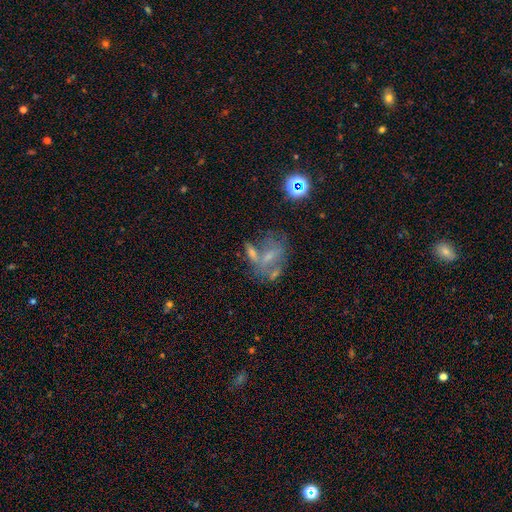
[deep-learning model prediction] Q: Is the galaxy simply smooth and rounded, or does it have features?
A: featured or disk — 45%.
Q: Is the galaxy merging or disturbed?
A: none — 34%.